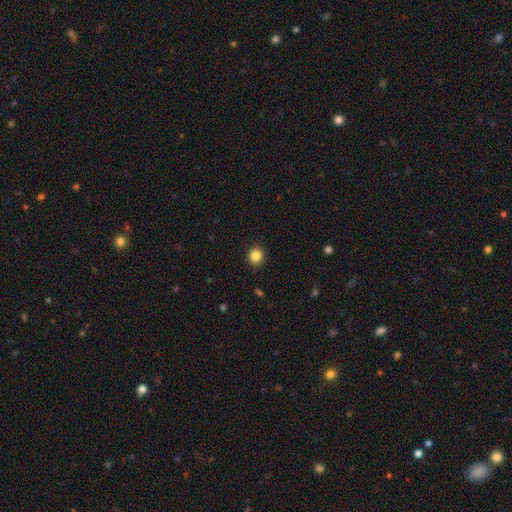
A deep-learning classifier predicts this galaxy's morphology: Smooth or featured? smooth (85%)
How rounded? round (89%)
Merging? none (91%)